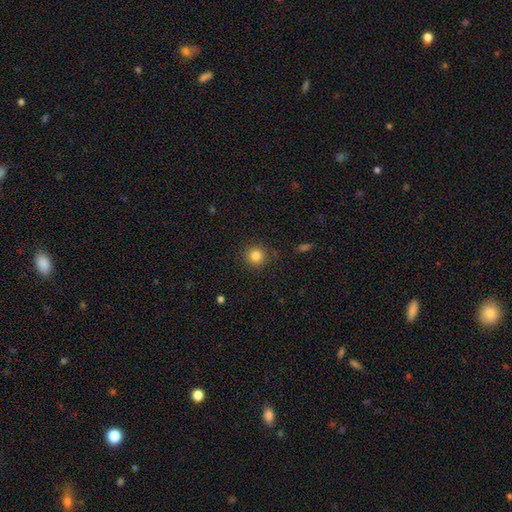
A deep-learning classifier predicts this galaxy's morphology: A smooth galaxy with no disk features (83%) that is round (93%). Merging: none (87%).